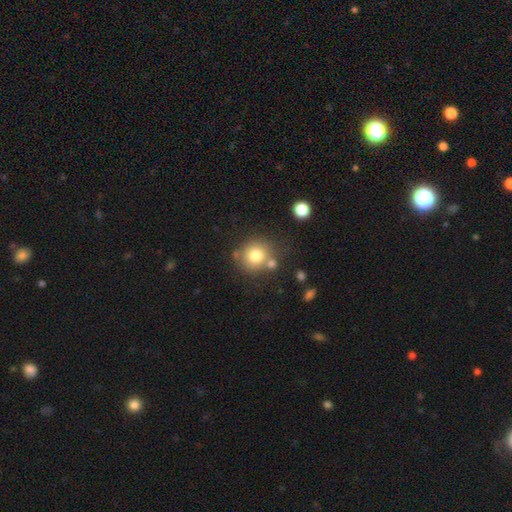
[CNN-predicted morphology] Smooth or featured?
  - smooth: 77% *
  - featured or disk: 12%
  - star or artifact: 11%
How rounded?
  - round: 90% *
  - in between: 9%
  - cigar-shaped: 1%
Merging?
  - none: 66% *
  - merger: 18%
  - minor disturbance: 11%
  - major disturbance: 5%